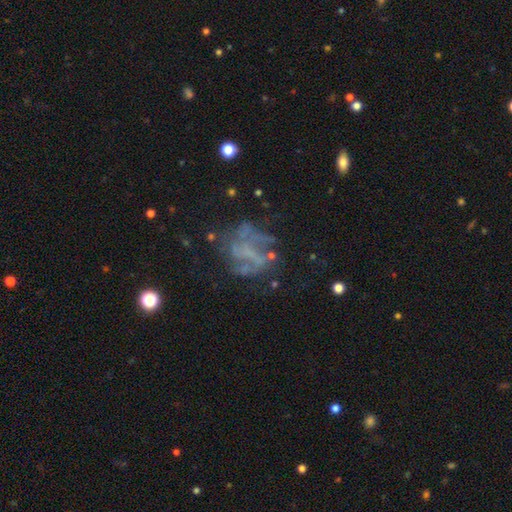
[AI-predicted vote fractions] A featured or disk galaxy (68%) with no bar (64%), no spiral arms (50%, tied with yes) and no central bulge (77%). Merging: none (51%).